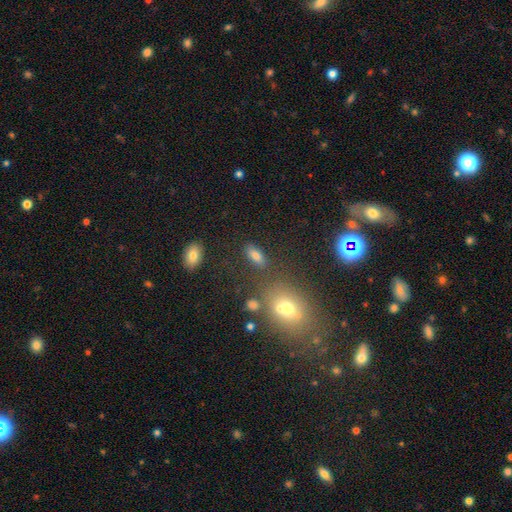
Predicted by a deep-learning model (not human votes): A smooth galaxy with no disk features (74%) that is in between round and cigar-shaped (82%). Merging: none (76%).